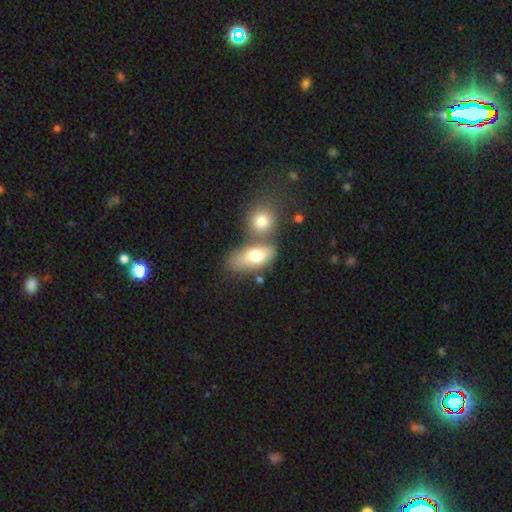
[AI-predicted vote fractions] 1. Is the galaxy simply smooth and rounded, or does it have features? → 74% smooth, 18% featured or disk, 8% star or artifact.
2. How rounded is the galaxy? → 83% in between, 8% round, 8% cigar-shaped.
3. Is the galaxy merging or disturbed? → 47% none, 36% merger, 12% minor disturbance, 5% major disturbance.